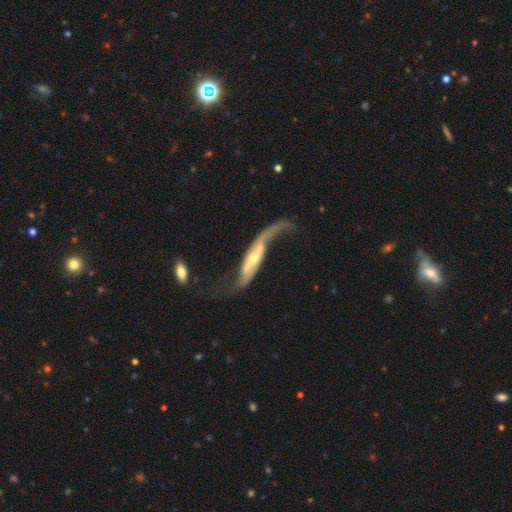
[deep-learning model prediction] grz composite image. It shows a featured or disk galaxy (84%) with no bar (43%), 2 (85%) loose (90%) spiral arms (90%) and a small central bulge (61%). Merging: none (42%).